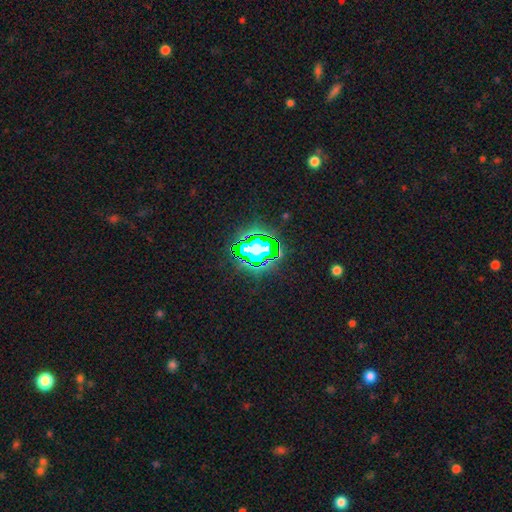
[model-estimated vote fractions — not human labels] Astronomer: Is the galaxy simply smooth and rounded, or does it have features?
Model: star or artifact — 79%.